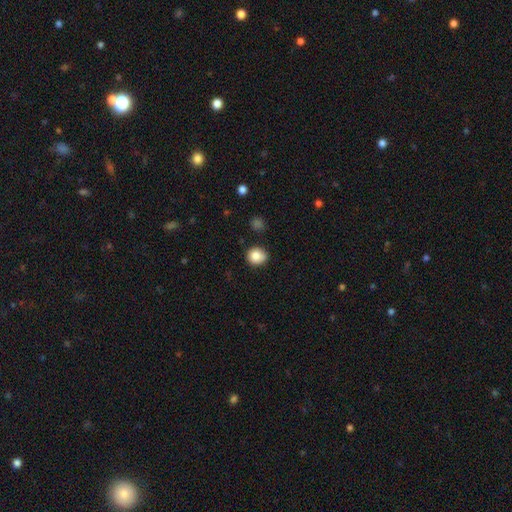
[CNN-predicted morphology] Smooth or featured? smooth (83%)
How rounded? round (81%)
Merging? none (78%)